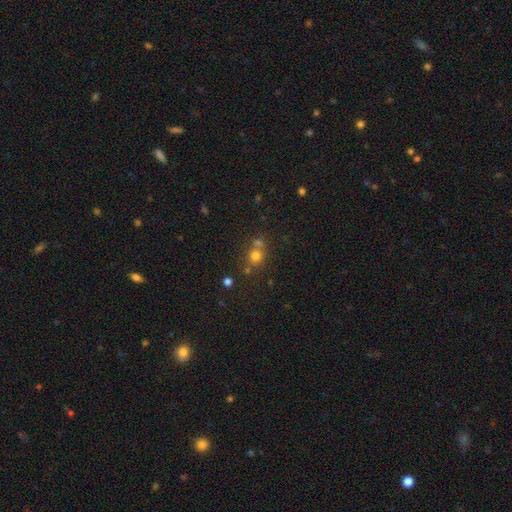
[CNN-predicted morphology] A smooth galaxy with no disk features (72%) that is round (83%).

Vote fractions:
- Smooth or featured? smooth: 72% / star or artifact: 18% / featured or disk: 10%
- How rounded? round: 83% / in between: 16% / cigar-shaped: 1%
- Merging? none: 57% / merger: 30% / minor disturbance: 9% / major disturbance: 4%